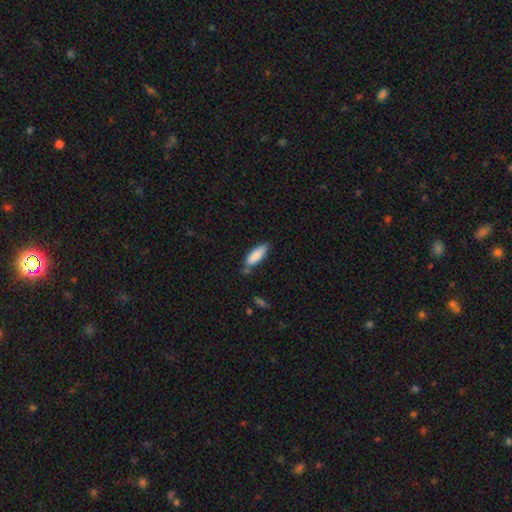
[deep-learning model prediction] Overall: smooth (85%). How rounded: in between (60%; cigar-shaped 39%). Merging: none (69%).